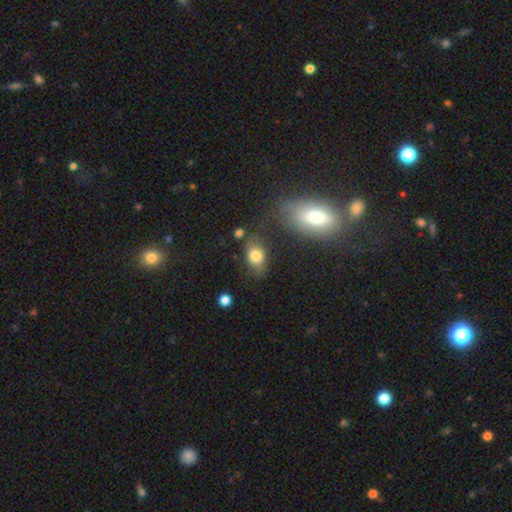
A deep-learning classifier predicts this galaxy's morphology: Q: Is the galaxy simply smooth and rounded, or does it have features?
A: smooth — 79%.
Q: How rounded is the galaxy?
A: in between — 75%.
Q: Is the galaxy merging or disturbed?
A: none — 62%.